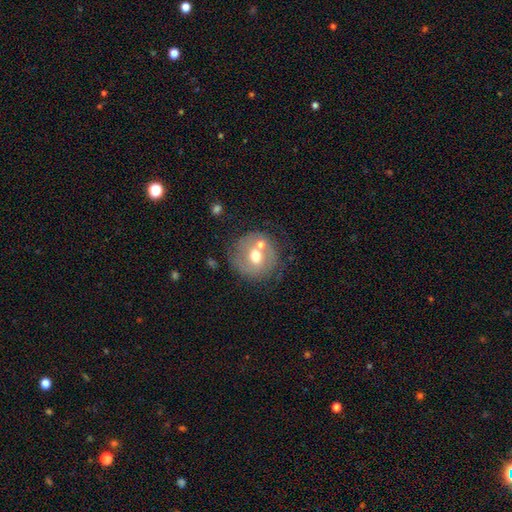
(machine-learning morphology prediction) The model was most divided on "smooth or featured": smooth: 49%, featured or disk: 42%, star or artifact: 9%. More confident: merging — none (61%).